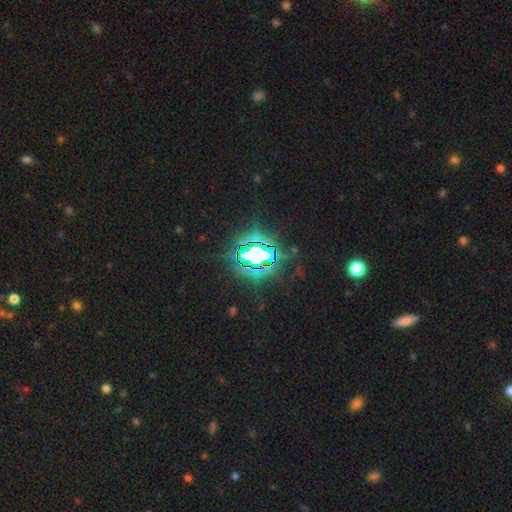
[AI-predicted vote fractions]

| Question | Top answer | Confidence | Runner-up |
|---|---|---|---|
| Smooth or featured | star or artifact | 77% | smooth (13%) |